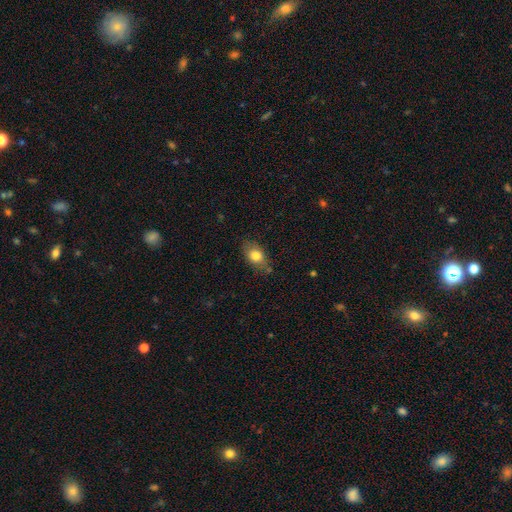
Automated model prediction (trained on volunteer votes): Smooth or featured?
  - smooth: 80% *
  - featured or disk: 12%
  - star or artifact: 9%
How rounded?
  - in between: 78% *
  - round: 19%
  - cigar-shaped: 2%
Merging?
  - none: 74% *
  - minor disturbance: 19%
  - major disturbance: 4%
  - merger: 3%